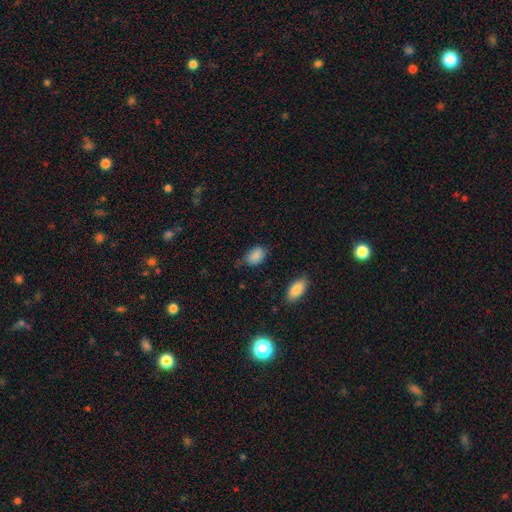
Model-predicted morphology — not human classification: A smooth galaxy with no disk features (87%) that is in between round and cigar-shaped (86%).

Vote fractions:
- Smooth or featured? smooth: 87% / star or artifact: 8% / featured or disk: 5%
- How rounded? in between: 86% / round: 13% / cigar-shaped: 1%
- Merging? none: 60% / minor disturbance: 31% / major disturbance: 6% / merger: 3%